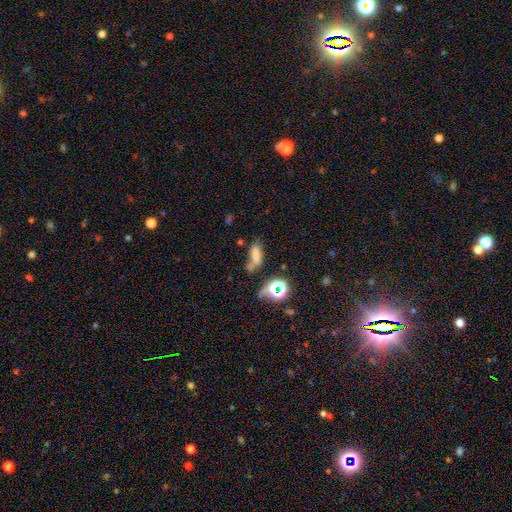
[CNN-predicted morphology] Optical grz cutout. It shows a smooth galaxy with no disk features (64%) that is in between round and cigar-shaped (69%). Merging: none (39%).